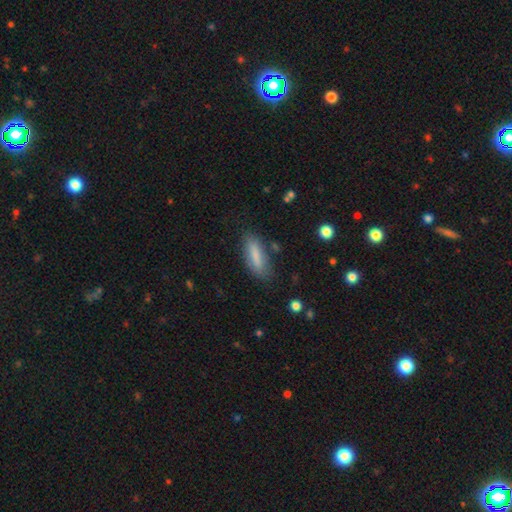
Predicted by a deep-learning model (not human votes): smooth_or_featured: smooth (p=0.79) [alt: featured or disk p=0.14]
how_rounded: in between (p=0.50) [alt: cigar-shaped p=0.48]
merging: none (p=0.76) [alt: minor disturbance p=0.17]